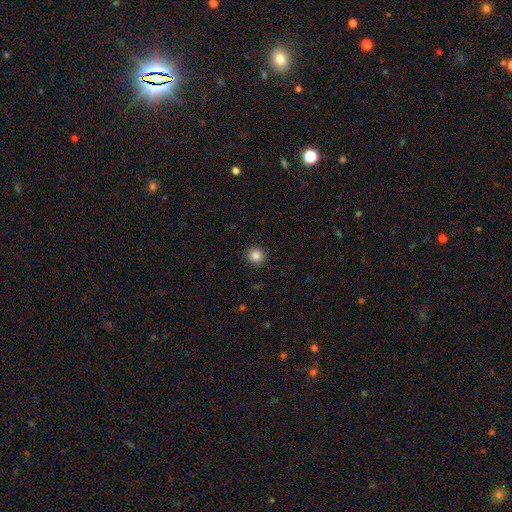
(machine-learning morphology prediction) Smooth or featured: smooth — 86% (star or artifact — 10%)
How rounded: round — 93% (in between — 6%)
Merging: none — 92% (minor disturbance — 6%)